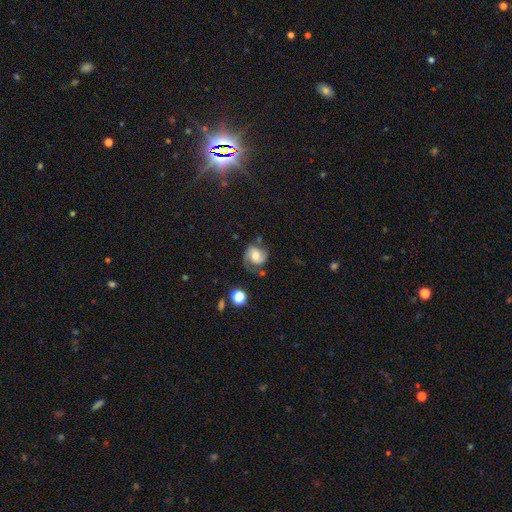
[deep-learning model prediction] smooth_or_featured: featured or disk (p=0.65) [alt: smooth p=0.25]
disk_edge_on: no (p=0.98) [alt: yes p=0.02]
bar: no (p=0.56) [alt: weak p=0.35]
has_spiral_arms: yes (p=0.92) [alt: no p=0.08]
spiral_winding: medium (p=0.47) [alt: tight p=0.31]
spiral_arm_count: 2 (p=0.78) [alt: 1 p=0.12]
bulge_size: moderate (p=0.52) [alt: small p=0.22]
merging: none (p=0.58) [alt: minor disturbance p=0.23]